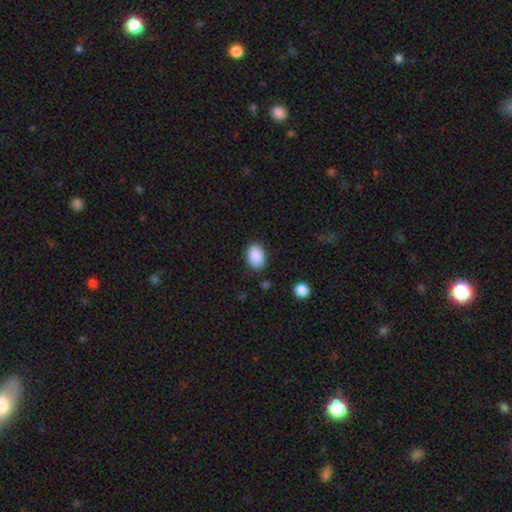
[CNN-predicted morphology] type=smooth (90%); roundness=in between (83%); merging=none (85%).